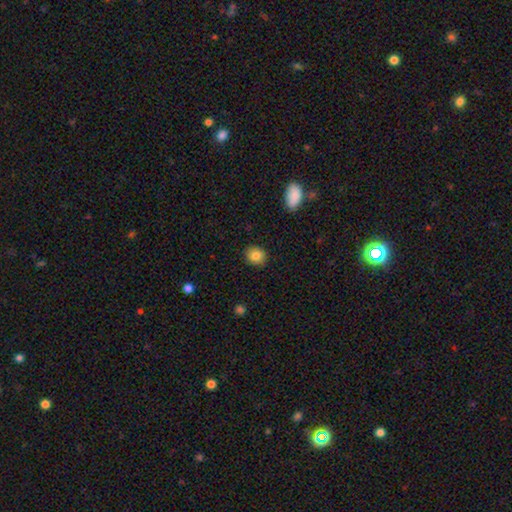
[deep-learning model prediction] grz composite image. It shows a smooth galaxy with no disk features (84%) that is round (74%). Merging: none (89%).